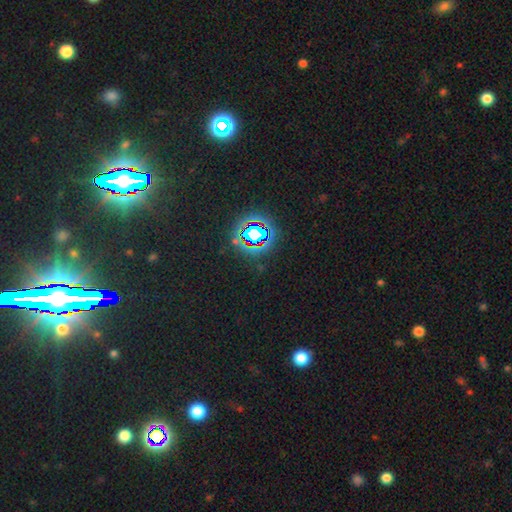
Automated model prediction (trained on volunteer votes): Smooth or featured? Predicted: star or artifact (p=0.79).